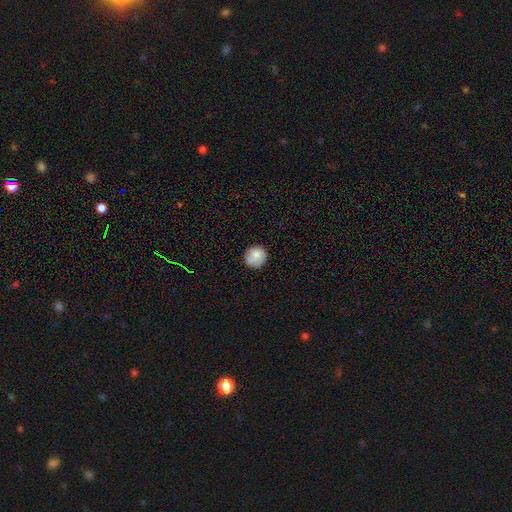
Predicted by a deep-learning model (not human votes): Q: Smooth or featured?
A: smooth (83%); runner-up: featured or disk (9%)
Q: How rounded?
A: round (92%); runner-up: in between (7%)
Q: Merging?
A: none (80%); runner-up: minor disturbance (15%)